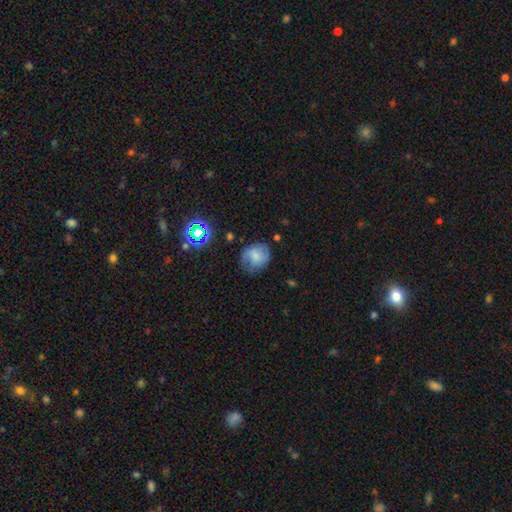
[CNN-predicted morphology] type=smooth (56%); roundness=round (69%); merging=none (65%).